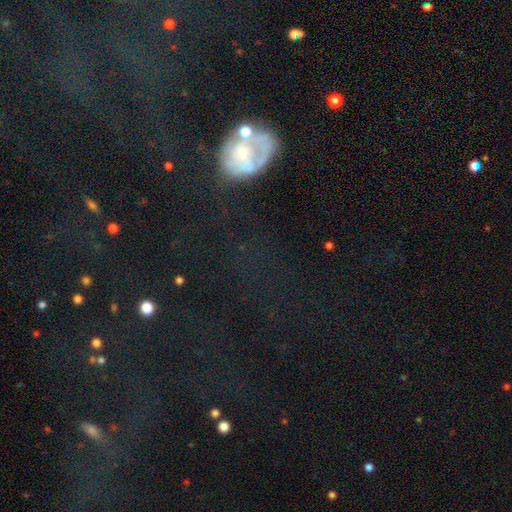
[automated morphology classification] Smooth or featured? Predicted: star or artifact (p=0.55).